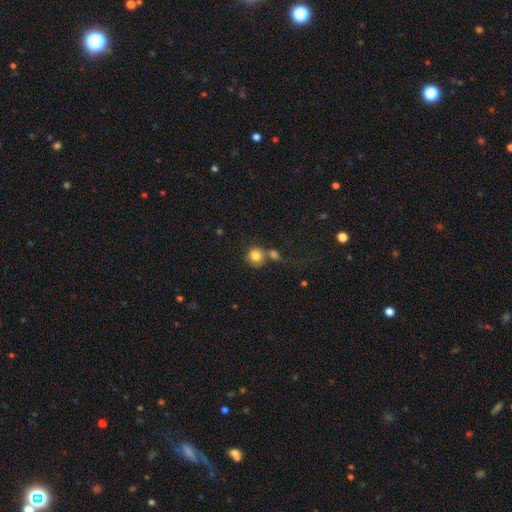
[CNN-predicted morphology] smooth_or_featured: smooth (p=0.82) [alt: star or artifact p=0.10]
how_rounded: round (p=0.87) [alt: in between p=0.12]
merging: none (p=0.52) [alt: merger p=0.32]